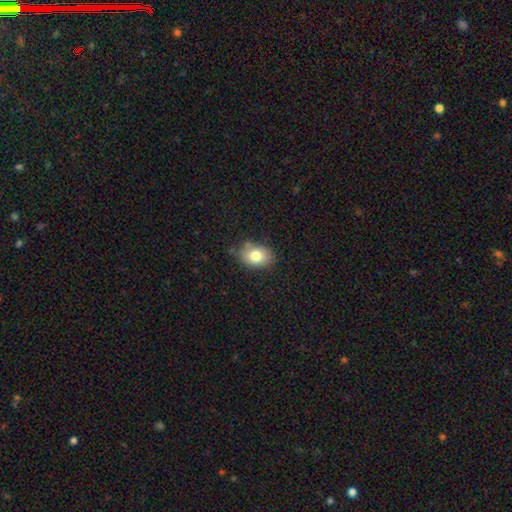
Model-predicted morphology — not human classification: Overall: smooth (79%). How rounded: in between (69%; round 30%). Merging: none (74%).